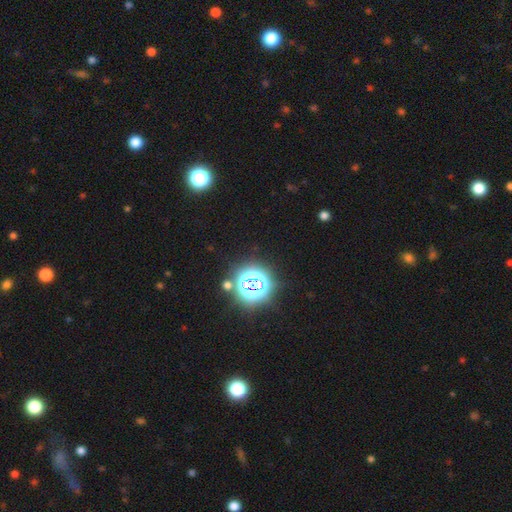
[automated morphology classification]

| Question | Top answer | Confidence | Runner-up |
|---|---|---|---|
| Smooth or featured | star or artifact | 80% | smooth (14%) |